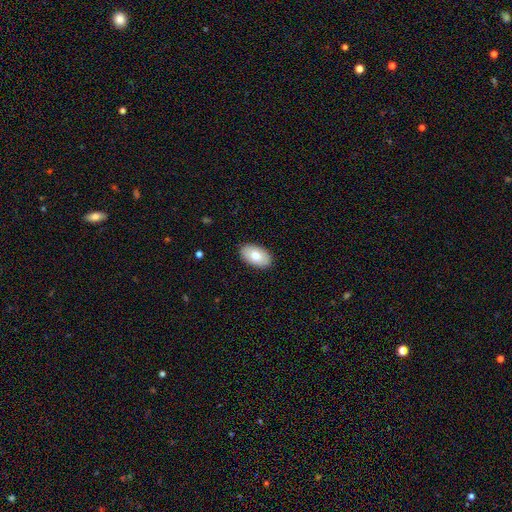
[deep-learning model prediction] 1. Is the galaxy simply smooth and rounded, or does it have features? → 78% smooth, 15% featured or disk, 6% star or artifact.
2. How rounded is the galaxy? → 94% in between, 4% round, 1% cigar-shaped.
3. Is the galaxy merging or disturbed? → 89% none, 8% minor disturbance, 2% major disturbance, 1% merger.